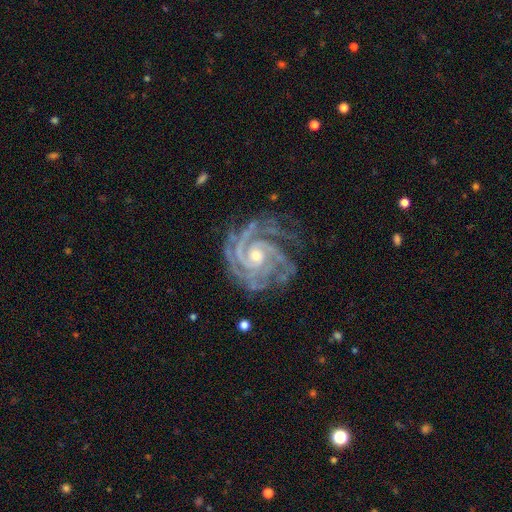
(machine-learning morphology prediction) This appears to be a featured or disk galaxy (92%) with no bar (64%), 3 (30%) tight (79%) spiral arms (99%) and a small central bulge (49%). Merging: none (72%).